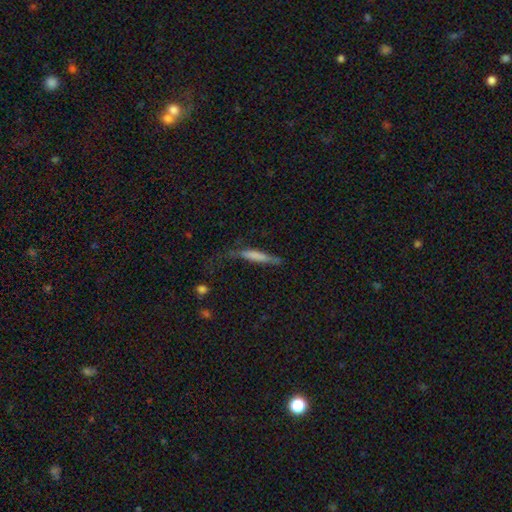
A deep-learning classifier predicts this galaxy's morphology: Smooth or featured? smooth (64%)
How rounded? cigar-shaped (89%)
Merging? none (48%)